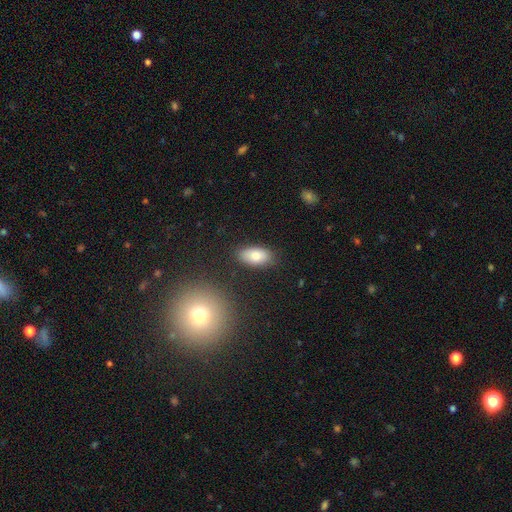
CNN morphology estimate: Smooth or featured? Predicted: smooth (p=0.81). How rounded? Predicted: in between (p=0.92). Merging? Predicted: none (p=0.84).